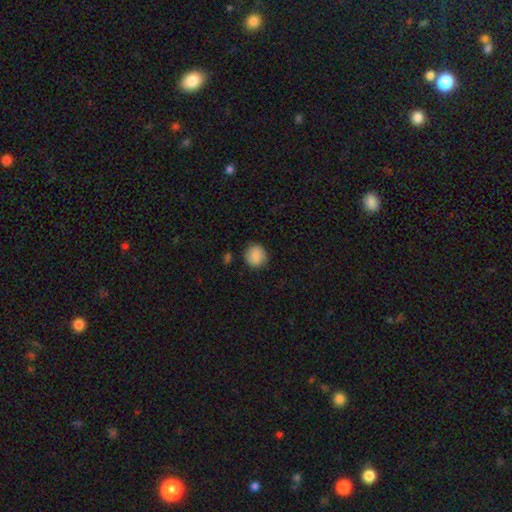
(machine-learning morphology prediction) Smooth or featured: smooth — 86% (star or artifact — 8%)
How rounded: round — 88% (in between — 11%)
Merging: none — 86% (minor disturbance — 10%)